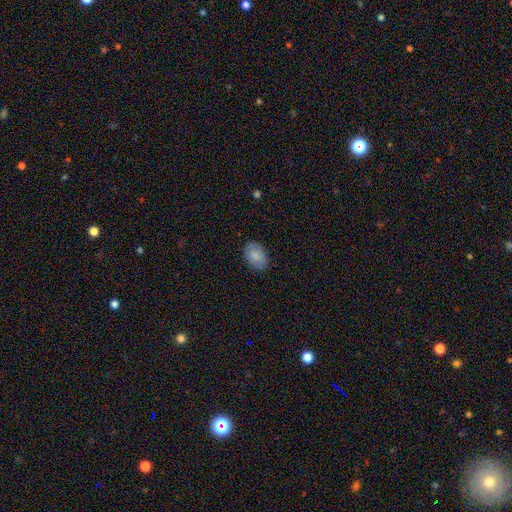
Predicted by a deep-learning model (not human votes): smooth 79%, featured or disk 15%, star or artifact 7%. Down the decision tree: how rounded — in between (86%); merging — none (85%).